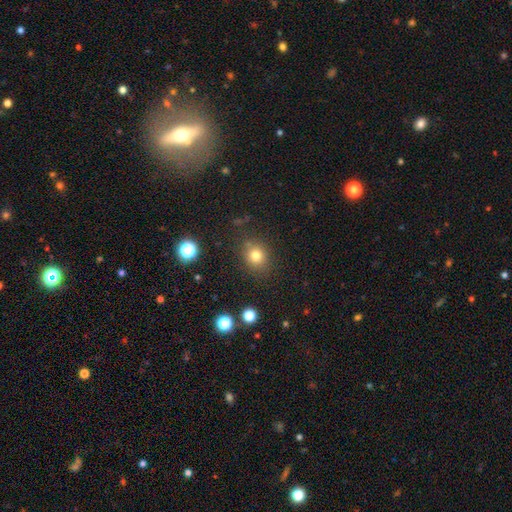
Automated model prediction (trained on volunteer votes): This is likely a smooth galaxy (77%). How rounded: likely round (77%). Merging: clearly none (81%).